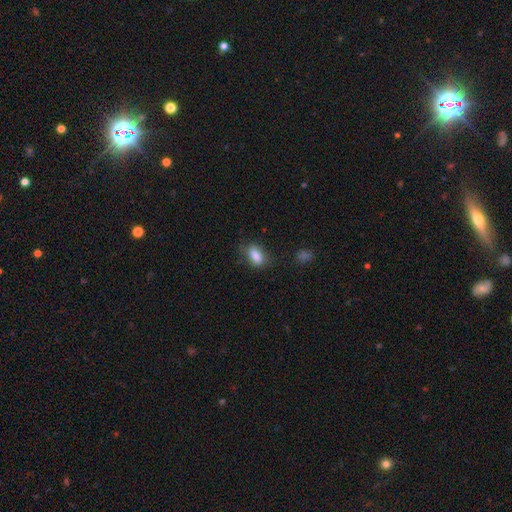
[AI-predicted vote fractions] smooth 84%, star or artifact 8%, featured or disk 7%. Down the decision tree: how rounded — in between (85%); merging — none (68%).